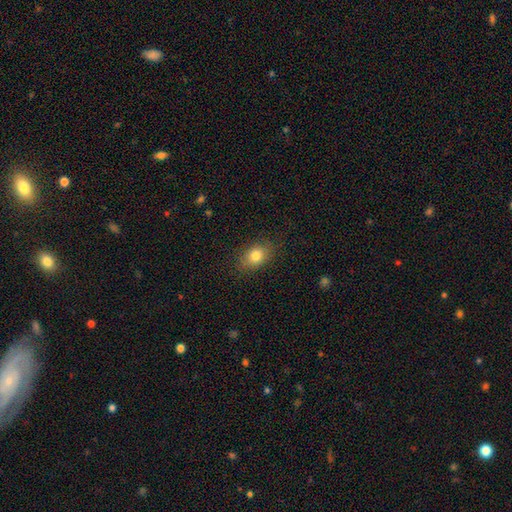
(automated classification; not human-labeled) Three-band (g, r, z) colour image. It shows a smooth galaxy with no disk features (80%) that is in between round and cigar-shaped (73%). Merging: none (84%).